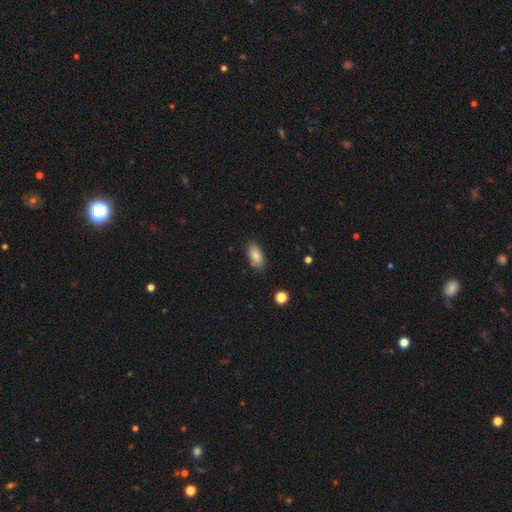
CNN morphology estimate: Smooth or featured?
  - smooth: 85% *
  - star or artifact: 8%
  - featured or disk: 8%
How rounded?
  - in between: 91% *
  - cigar-shaped: 5%
  - round: 4%
Merging?
  - none: 84% *
  - minor disturbance: 12%
  - major disturbance: 2%
  - merger: 2%